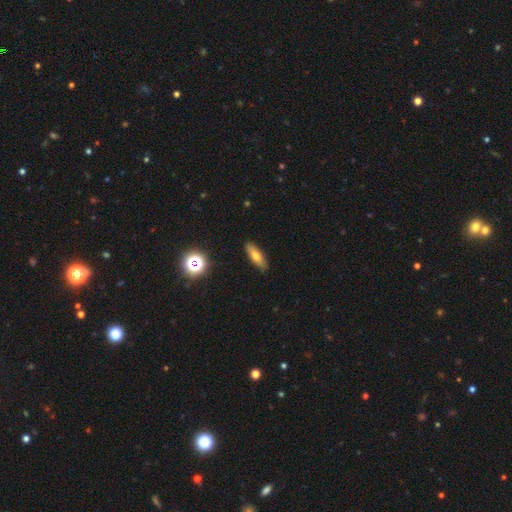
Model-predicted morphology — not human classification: Smooth or featured: smooth — 67% (featured or disk — 23%)
How rounded: in between — 48% (tied with cigar-shaped — 48%)
Merging: none — 89% (minor disturbance — 8%)